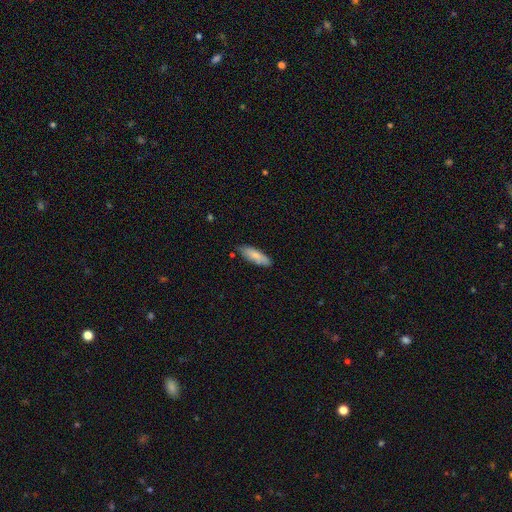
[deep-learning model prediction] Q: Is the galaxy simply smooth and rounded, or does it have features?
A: smooth — 80%.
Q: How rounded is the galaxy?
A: cigar-shaped — 50%.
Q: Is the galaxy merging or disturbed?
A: none — 79%.